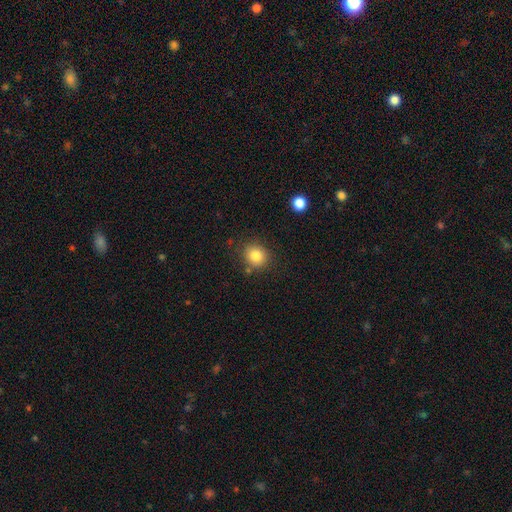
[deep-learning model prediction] Overall: smooth (83%). How rounded: round (77%). Merging: none (81%).